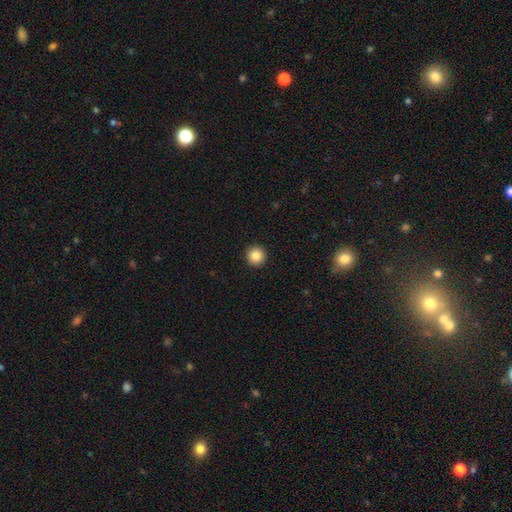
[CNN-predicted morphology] This appears to be a smooth galaxy with no disk features (85%) that is round (96%). Merging: none (94%).